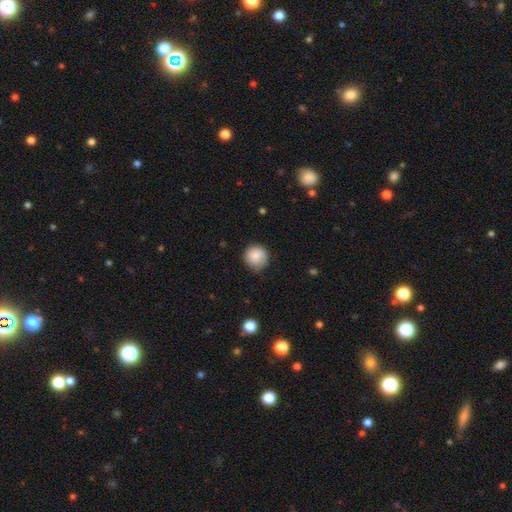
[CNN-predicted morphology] This is clearly a smooth galaxy (86%). How rounded: clearly round (93%). Merging: likely none (80%).